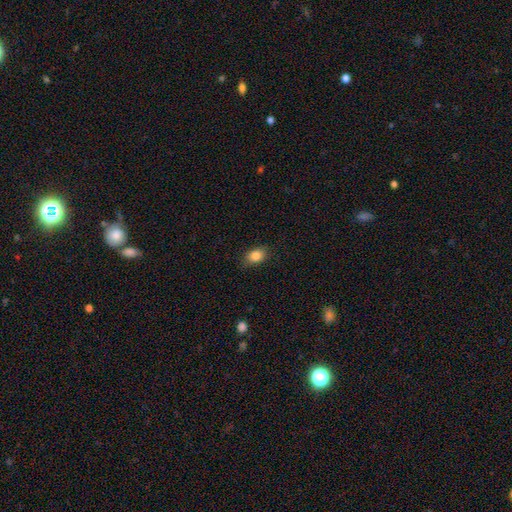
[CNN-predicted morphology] This is clearly a smooth galaxy (85%). How rounded: likely in between (73%). Merging: clearly none (82%).